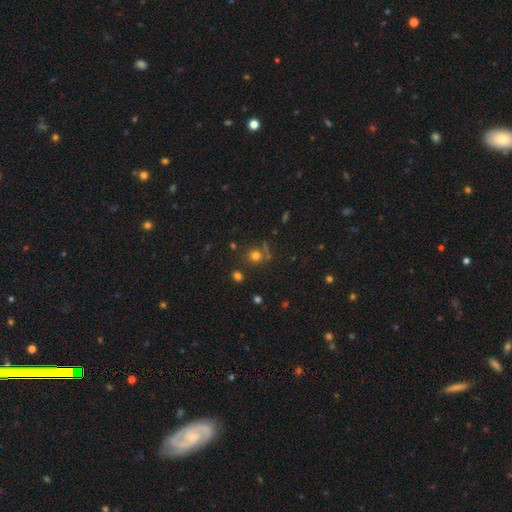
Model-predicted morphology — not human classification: Smooth or featured? Predicted: smooth (p=0.71). How rounded? Predicted: round (p=0.88). Merging? Predicted: none (p=0.73).